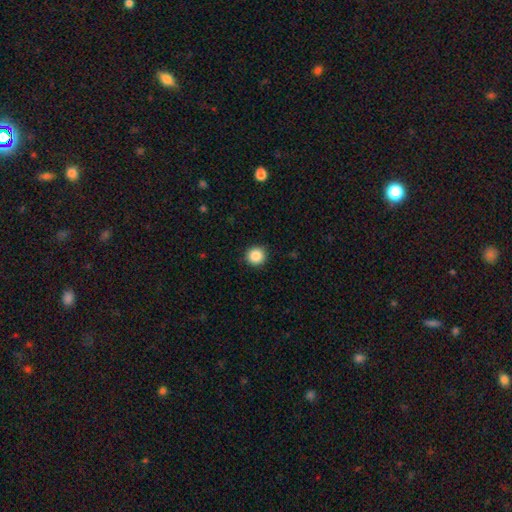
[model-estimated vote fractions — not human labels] The model was most divided on "smooth or featured": smooth: 88%, star or artifact: 9%, featured or disk: 3%. More confident: how rounded — round (95%); merging — none (92%).